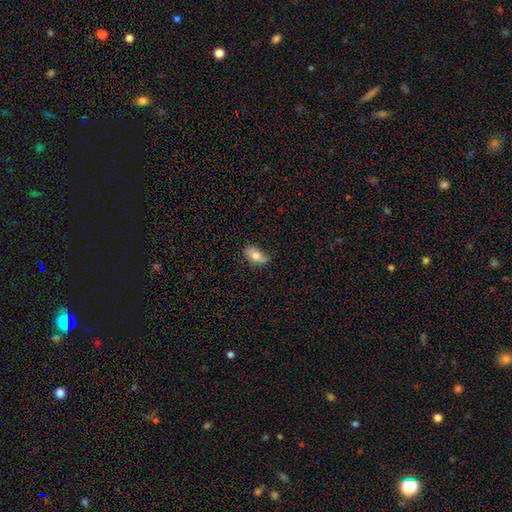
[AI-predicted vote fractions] smooth_or_featured: smooth (p=0.73) [alt: featured or disk p=0.20]
how_rounded: in between (p=0.89) [alt: round p=0.06]
merging: none (p=0.60) [alt: minor disturbance p=0.31]